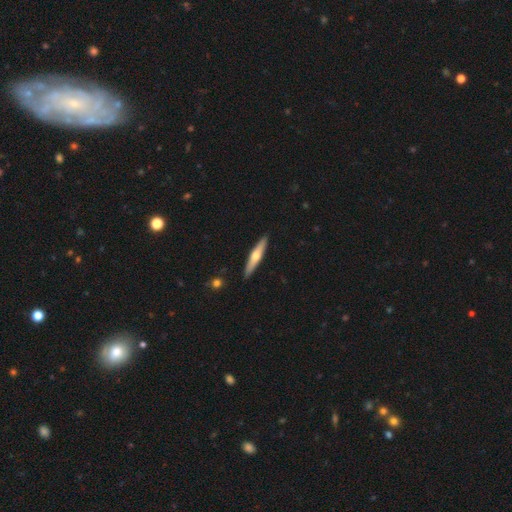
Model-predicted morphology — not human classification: smooth-or-featured: featured or disk: 49% | smooth: 46% | star or artifact: 5%
  merging: none: 91% | minor disturbance: 6% | major disturbance: 1% | merger: 1%